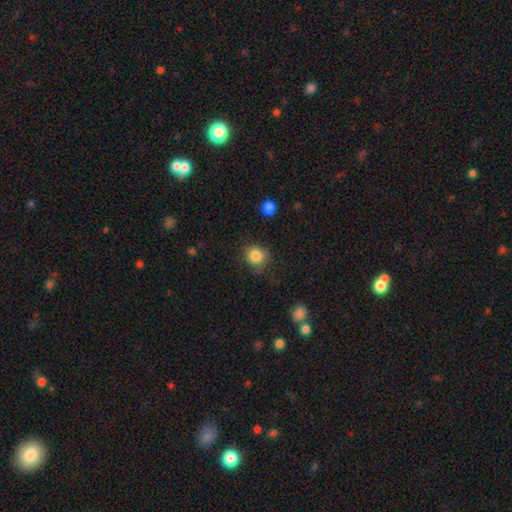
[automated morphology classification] Smooth or featured?
  - smooth: 85% *
  - star or artifact: 10%
  - featured or disk: 5%
How rounded?
  - round: 89% *
  - in between: 10%
  - cigar-shaped: 1%
Merging?
  - none: 78% *
  - minor disturbance: 16%
  - major disturbance: 5%
  - merger: 2%